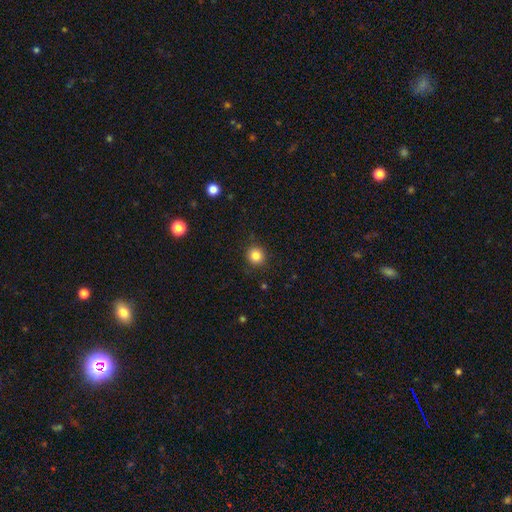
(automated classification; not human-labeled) Smooth or featured: smooth — 84% (star or artifact — 11%)
How rounded: round — 91% (in between — 8%)
Merging: none — 90% (minor disturbance — 7%)